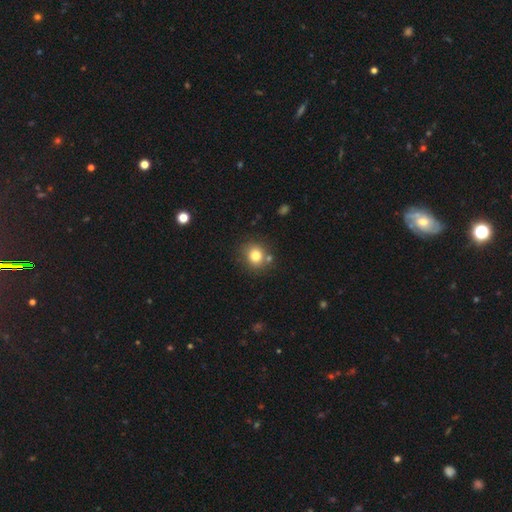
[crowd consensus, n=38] This appears to be a smooth galaxy with no disk features (92%) that is round (91%). Merging: none (64%).